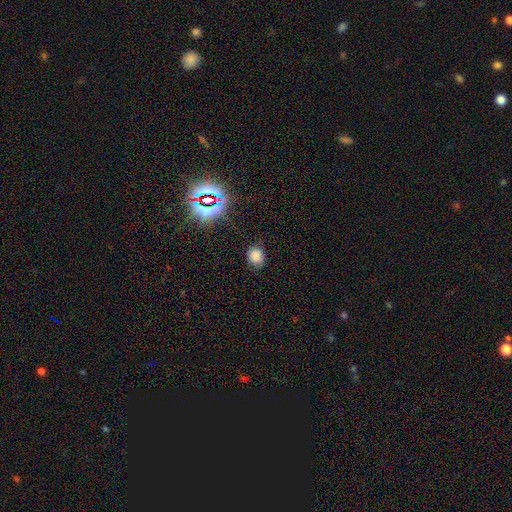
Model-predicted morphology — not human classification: A smooth galaxy with no disk features (77%) that is round (64%).

Vote fractions:
- Smooth or featured? smooth: 77% / star or artifact: 18% / featured or disk: 5%
- How rounded? round: 64% / in between: 35% / cigar-shaped: 1%
- Merging? none: 79% / minor disturbance: 15% / major disturbance: 4% / merger: 2%